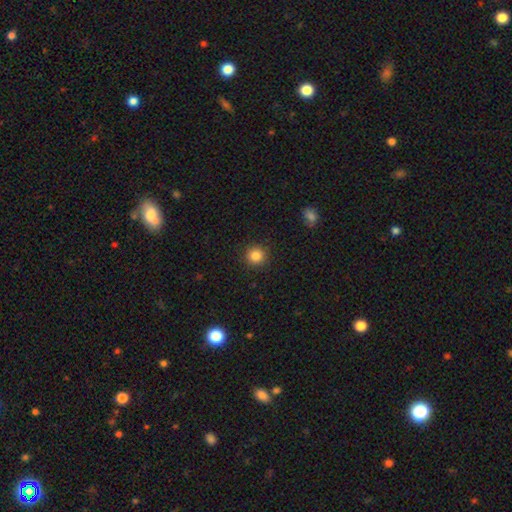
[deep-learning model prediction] Smooth or featured? smooth (85%)
How rounded? round (94%)
Merging? none (91%)